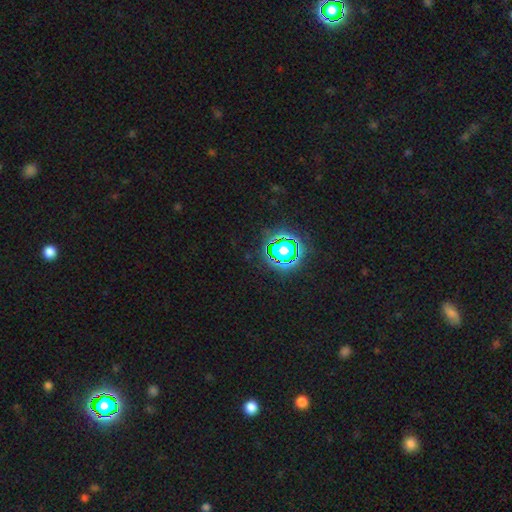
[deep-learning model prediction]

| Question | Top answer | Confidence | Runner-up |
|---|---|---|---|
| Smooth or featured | star or artifact | 78% | smooth (15%) |